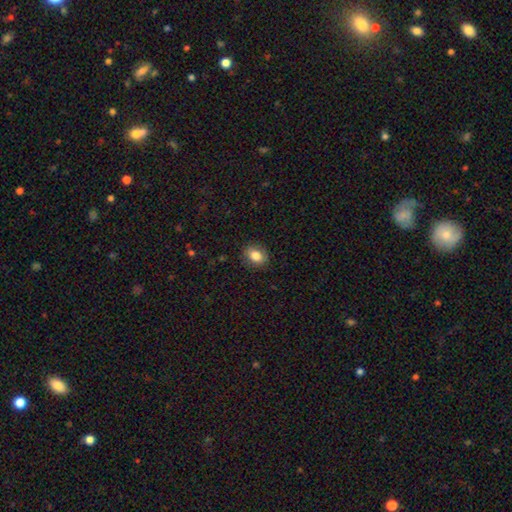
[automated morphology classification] Smooth or featured: smooth — 84% (star or artifact — 9%)
How rounded: in between — 59% (round — 40%)
Merging: none — 87% (minor disturbance — 9%)